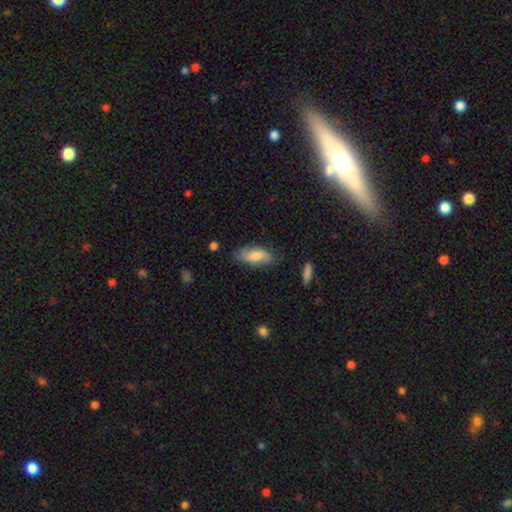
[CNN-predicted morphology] Smooth or featured: smooth — 62% (featured or disk — 31%)
How rounded: in between — 80% (cigar-shaped — 17%)
Merging: none — 69% (minor disturbance — 23%)